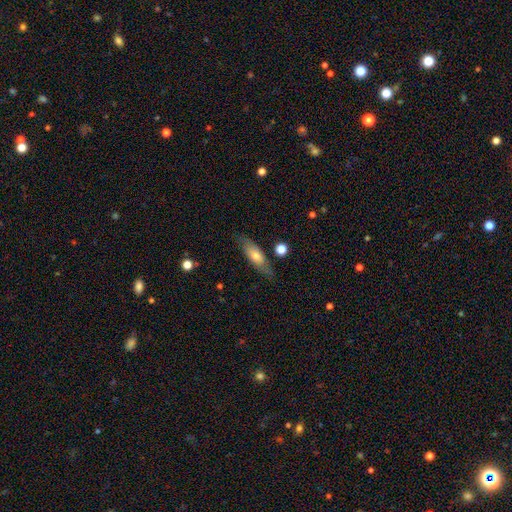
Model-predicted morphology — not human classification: Smooth or featured? smooth (59%)
How rounded? in between (53%)
Merging? none (77%)